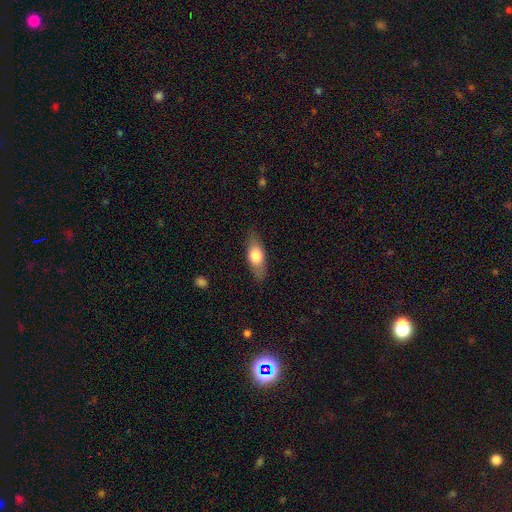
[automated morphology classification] Smooth or featured?
  - smooth: 67% *
  - featured or disk: 27%
  - star or artifact: 6%
How rounded?
  - in between: 69% *
  - cigar-shaped: 26%
  - round: 5%
Merging?
  - none: 84% *
  - minor disturbance: 12%
  - major disturbance: 3%
  - merger: 1%